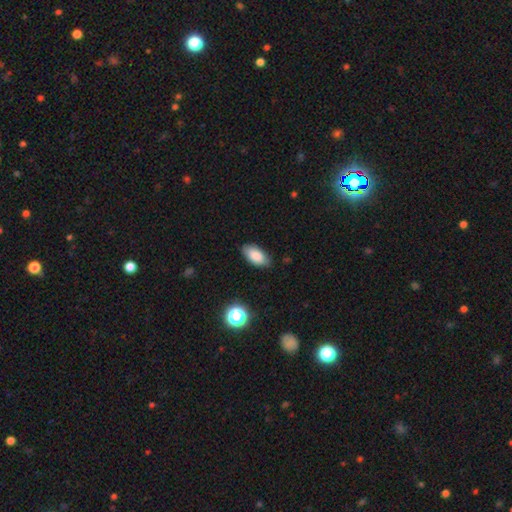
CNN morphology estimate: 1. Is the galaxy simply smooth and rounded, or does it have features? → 86% smooth, 8% star or artifact, 6% featured or disk.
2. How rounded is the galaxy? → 94% in between, 3% cigar-shaped, 3% round.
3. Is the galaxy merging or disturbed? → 83% none, 13% minor disturbance, 3% major disturbance, 1% merger.